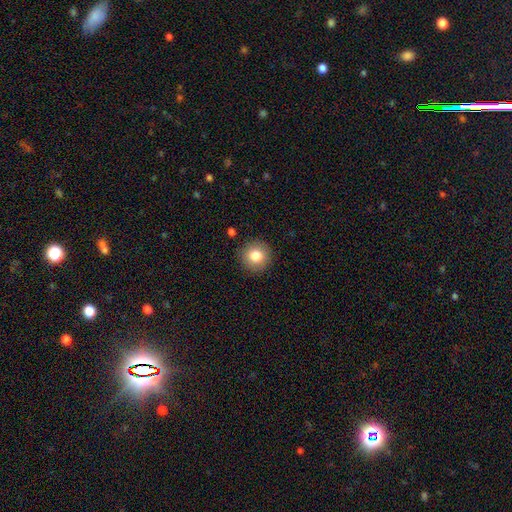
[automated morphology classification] type=smooth (82%); roundness=round (94%); merging=none (90%).